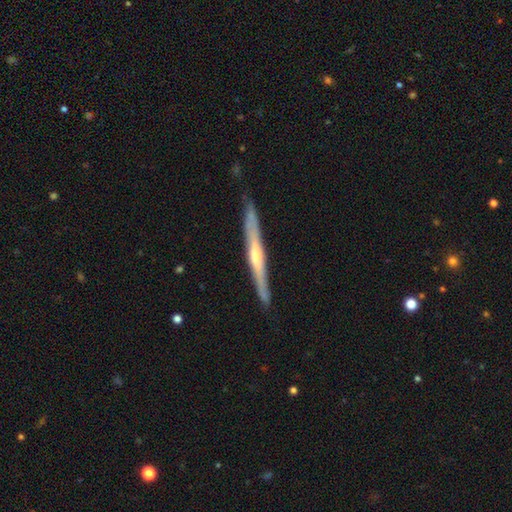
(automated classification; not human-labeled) Smooth or featured: featured or disk — 67% (smooth — 28%)
Edge-on disk: yes — 96% (no — 4%)
Edge-on bulge: rounded — 53% (none — 36%)
Merging: none — 85% (minor disturbance — 12%)